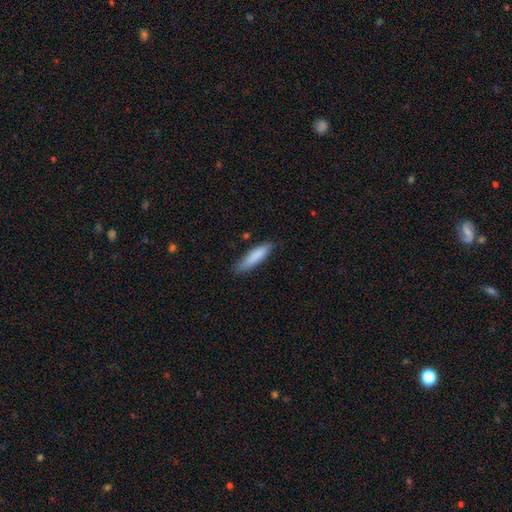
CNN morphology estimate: type=smooth (84%); roundness=cigar-shaped (76%); merging=none (80%).